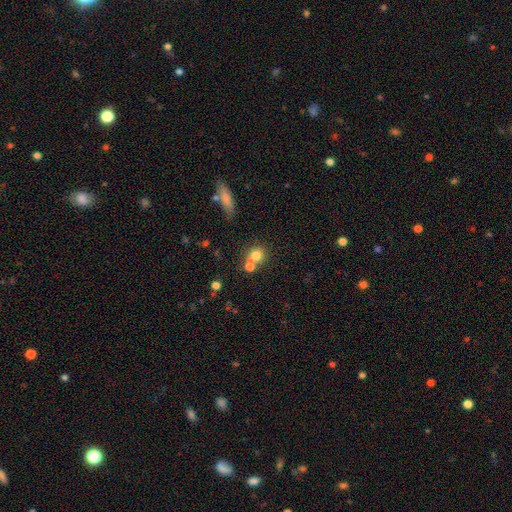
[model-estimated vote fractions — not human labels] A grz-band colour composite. It shows a smooth galaxy with no disk features (74%) that is round (81%). Merging: merger (48%).